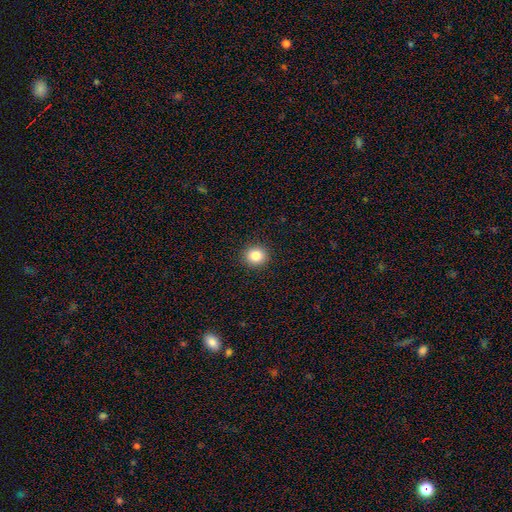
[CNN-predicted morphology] type=smooth (84%); roundness=round (88%); merging=none (93%).